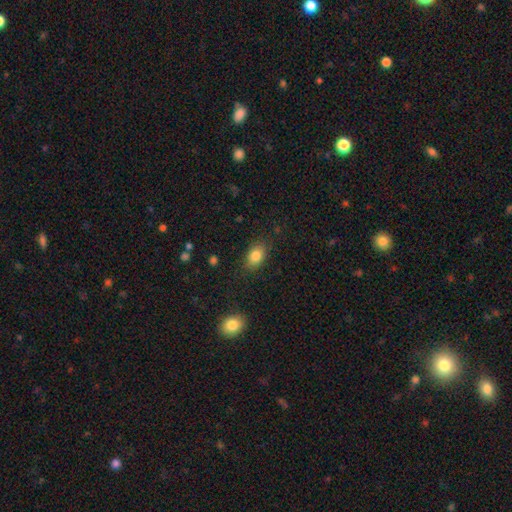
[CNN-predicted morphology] smooth-or-featured: smooth: 83% | star or artifact: 9% | featured or disk: 8%
  how-rounded: in between: 83% | round: 15% | cigar-shaped: 2%
  merging: none: 83% | minor disturbance: 12% | major disturbance: 3% | merger: 1%